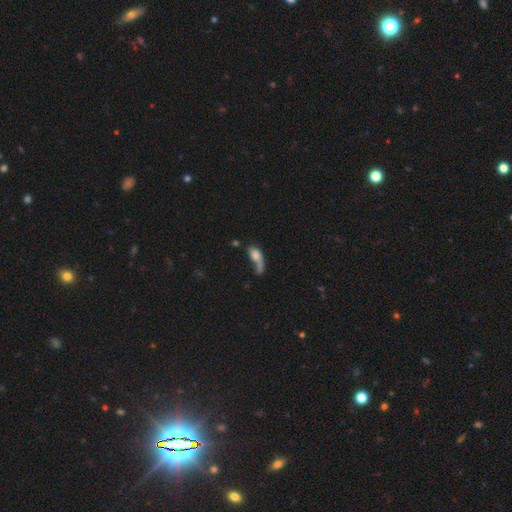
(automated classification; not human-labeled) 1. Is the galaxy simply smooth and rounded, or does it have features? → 64% smooth, 26% featured or disk, 10% star or artifact.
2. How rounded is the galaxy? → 70% in between, 17% cigar-shaped, 13% round.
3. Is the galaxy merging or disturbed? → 34% major disturbance, 29% merger, 23% none, 15% minor disturbance.